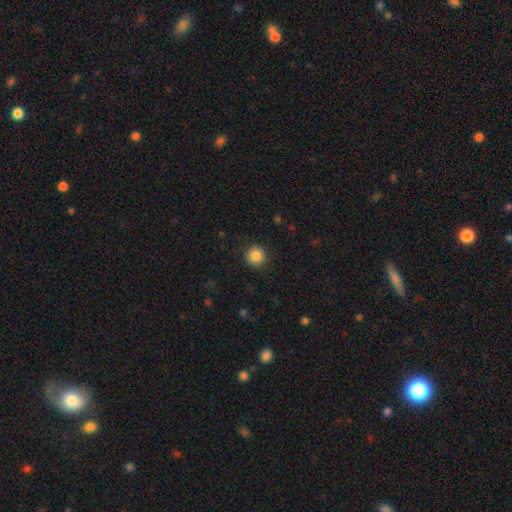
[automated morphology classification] This appears to be a smooth galaxy with no disk features (86%) that is round (95%). Merging: none (91%).